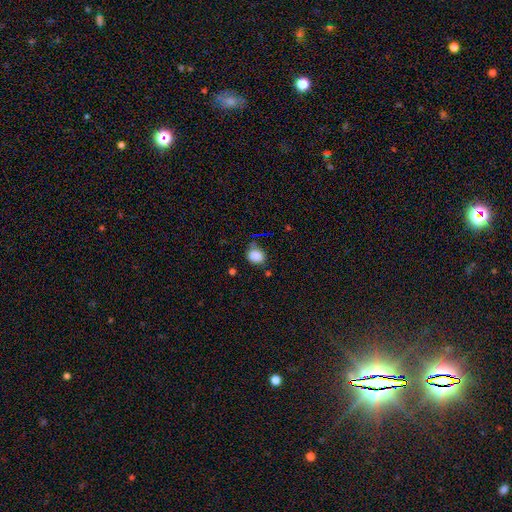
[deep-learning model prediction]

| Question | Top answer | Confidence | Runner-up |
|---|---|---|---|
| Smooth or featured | smooth | 84% | star or artifact (11%) |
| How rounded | round | 52% | in between (46%) |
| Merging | none | 63% | minor disturbance (22%) |